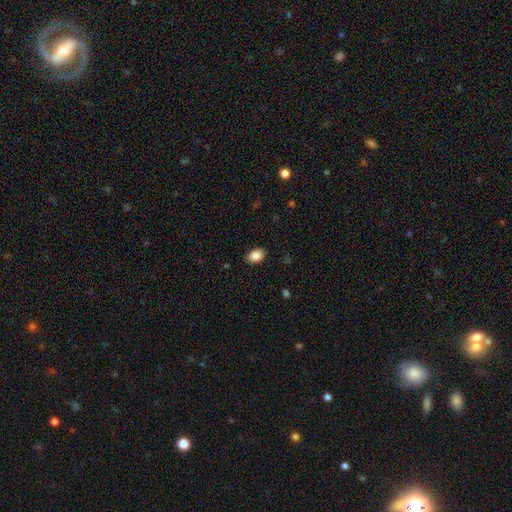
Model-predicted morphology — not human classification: type=smooth (87%); roundness=in between (86%); merging=none (88%).